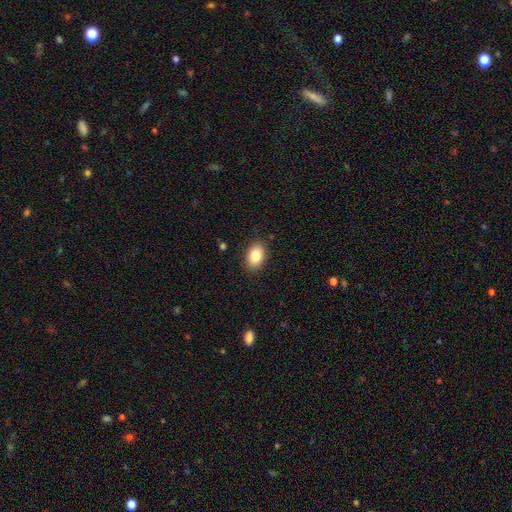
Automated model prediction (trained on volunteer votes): smooth_or_featured: smooth (p=0.84) [alt: featured or disk p=0.08]
how_rounded: in between (p=0.84) [alt: round p=0.15]
merging: none (p=0.87) [alt: minor disturbance p=0.10]